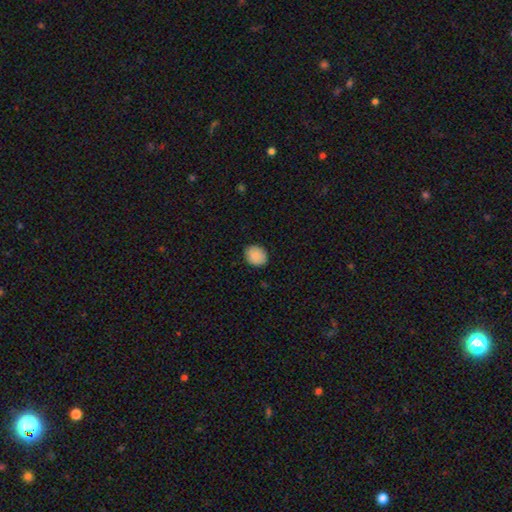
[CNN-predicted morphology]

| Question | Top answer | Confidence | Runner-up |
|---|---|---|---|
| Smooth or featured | smooth | 88% | star or artifact (7%) |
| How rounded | round | 60% | in between (39%) |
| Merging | none | 89% | minor disturbance (9%) |